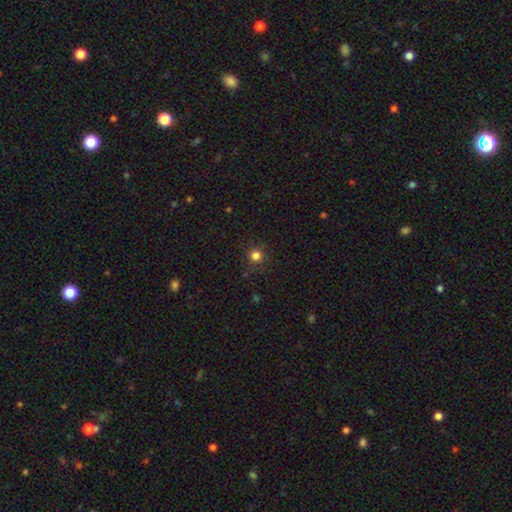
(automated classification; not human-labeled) This is clearly a smooth galaxy (81%). How rounded: clearly round (94%). Merging: clearly none (87%).